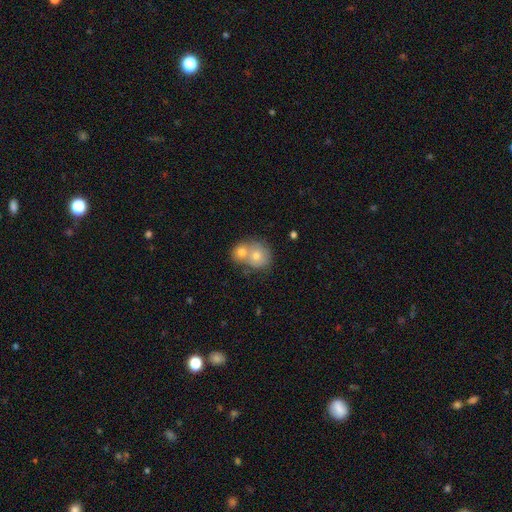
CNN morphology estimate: A smooth galaxy with no disk features (71%) that is round (75%).

Vote fractions:
- Smooth or featured? smooth: 71% / featured or disk: 20% / star or artifact: 9%
- How rounded? round: 75% / in between: 24% / cigar-shaped: 1%
- Merging? merger: 65% / none: 26% / minor disturbance: 6% / major disturbance: 2%